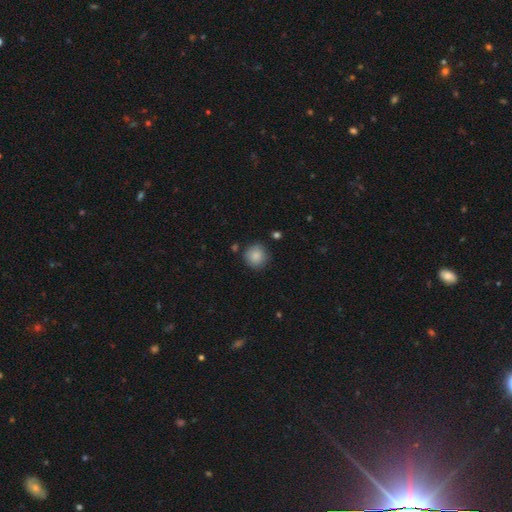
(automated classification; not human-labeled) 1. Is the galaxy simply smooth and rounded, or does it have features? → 86% smooth, 8% star or artifact, 6% featured or disk.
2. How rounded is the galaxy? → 92% round, 7% in between, 1% cigar-shaped.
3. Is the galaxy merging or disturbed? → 81% none, 13% minor disturbance, 3% major disturbance, 3% merger.